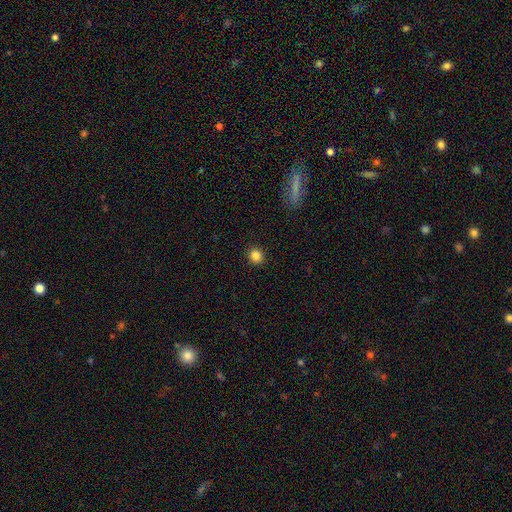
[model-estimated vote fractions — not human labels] Morphology: type=smooth (85%); roundness=round (87%); merging=none (92%).